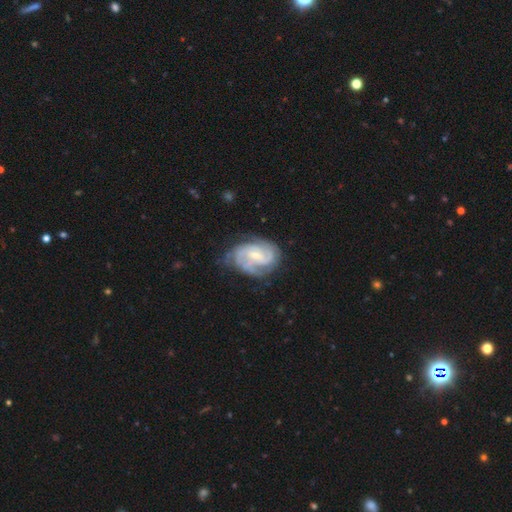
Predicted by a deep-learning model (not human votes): Smooth or featured: featured or disk — 87% (smooth — 9%)
Edge-on disk: no — 98% (yes — 2%)
Bar: weak — 52% (no — 33%)
Spiral arms: yes — 96% (no — 4%)
Spiral winding: tight — 50% (medium — 40%)
Spiral arm count: 2 — 41% (3 — 25%)
Bulge size: small — 58% (moderate — 36%)
Merging: none — 66% (minor disturbance — 23%)